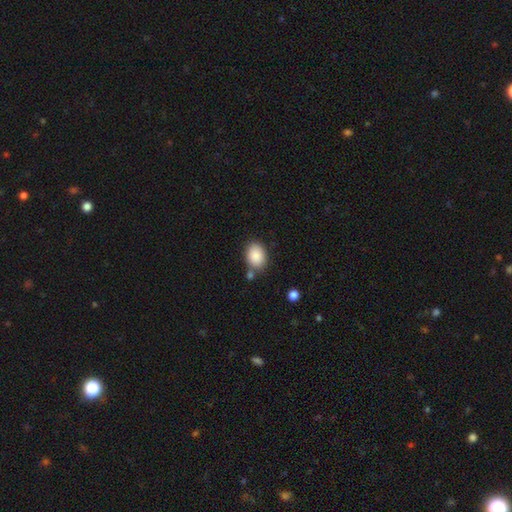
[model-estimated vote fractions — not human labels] smooth 88%, star or artifact 7%, featured or disk 5%. Down the decision tree: how rounded — in between (73%); merging — none (72%).